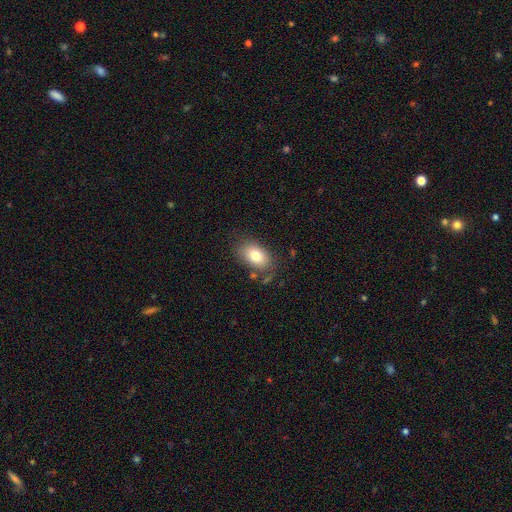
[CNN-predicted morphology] This appears to be a smooth galaxy with no disk features (79%) that is in between round and cigar-shaped (88%). Merging: none (74%).